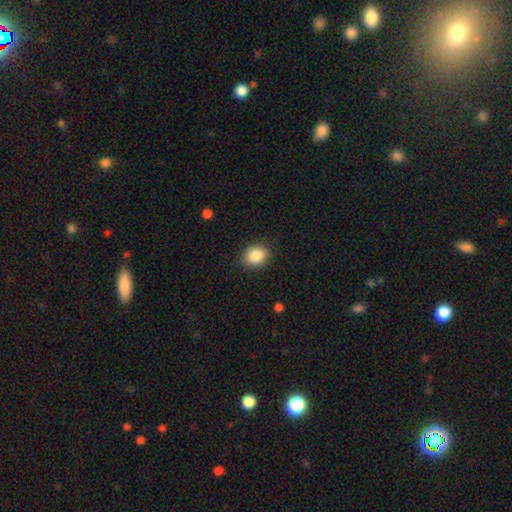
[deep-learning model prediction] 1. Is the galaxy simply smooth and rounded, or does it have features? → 87% smooth, 8% star or artifact, 5% featured or disk.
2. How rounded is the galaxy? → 53% round, 47% in between, 1% cigar-shaped.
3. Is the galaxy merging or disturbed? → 88% none, 9% minor disturbance, 2% major disturbance, 1% merger.